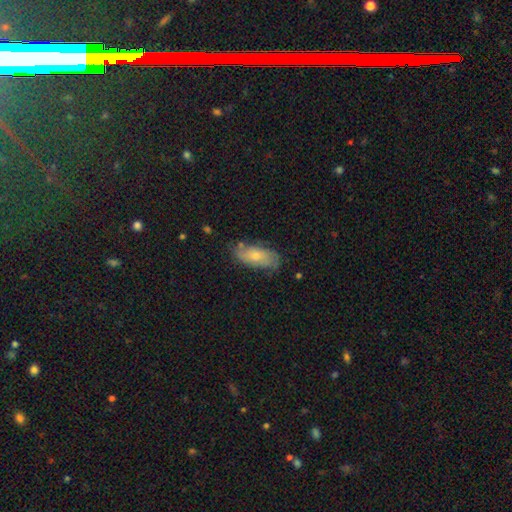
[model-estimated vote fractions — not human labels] A smooth galaxy with no disk features (62%) that is in between round and cigar-shaped (86%). Merging: none (66%).